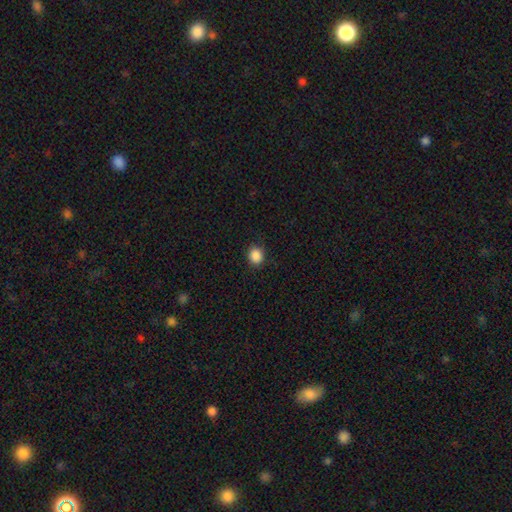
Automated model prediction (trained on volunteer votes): This is clearly a smooth galaxy (88%). How rounded: likely round (73%). Merging: clearly none (88%).